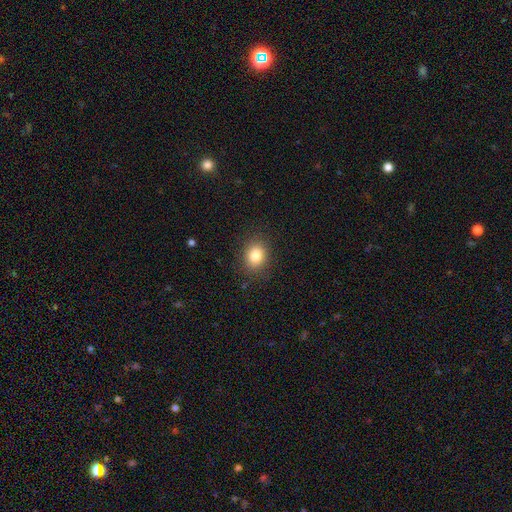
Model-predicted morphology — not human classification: The model was most divided on "how rounded": round: 51%, in between: 48%, cigar-shaped: 1%. More confident: merging — none (86%); smooth or featured — smooth (83%).